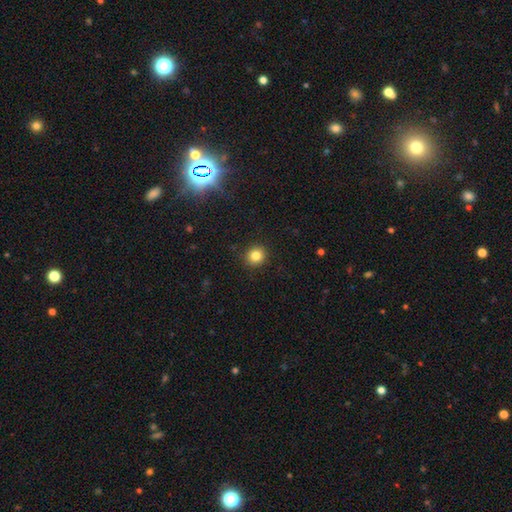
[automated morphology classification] This appears to be a smooth galaxy with no disk features (83%) that is round (88%). Merging: none (91%).